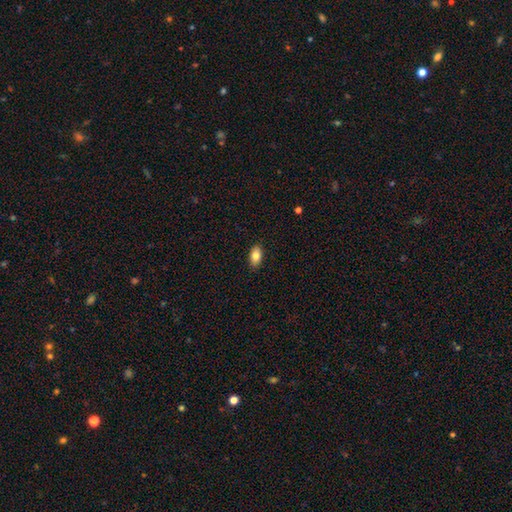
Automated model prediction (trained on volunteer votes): The model was most divided on "smooth or featured": smooth: 83%, featured or disk: 9%, star or artifact: 8%. More confident: how rounded — in between (91%); merging — none (89%).